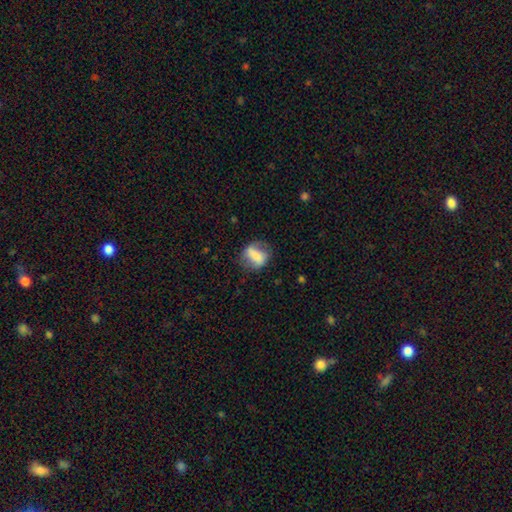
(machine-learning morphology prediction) smooth 55%, featured or disk 37%, star or artifact 8%. Down the decision tree: how rounded — in between (51%); merging — none (62%).